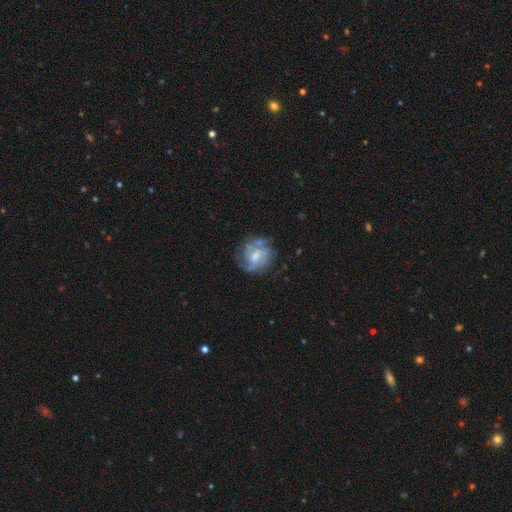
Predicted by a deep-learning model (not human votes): Smooth or featured: featured or disk — 70% (smooth — 23%)
Edge-on disk: no — 97% (yes — 3%)
Bar: weak — 52% (no — 35%)
Spiral arms: yes — 85% (no — 15%)
Spiral winding: medium — 43% (tight — 40%)
Spiral arm count: 2 — 40% (can't tell — 28%)
Bulge size: moderate — 52% (small — 28%)
Merging: none — 63% (minor disturbance — 22%)